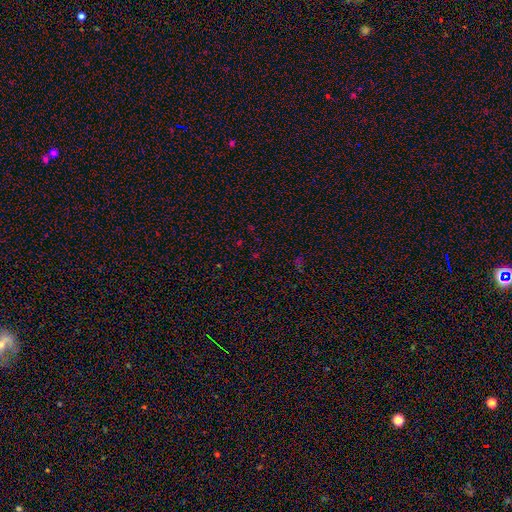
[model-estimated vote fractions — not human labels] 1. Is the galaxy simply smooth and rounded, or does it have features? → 63% star or artifact, 29% smooth, 8% featured or disk.